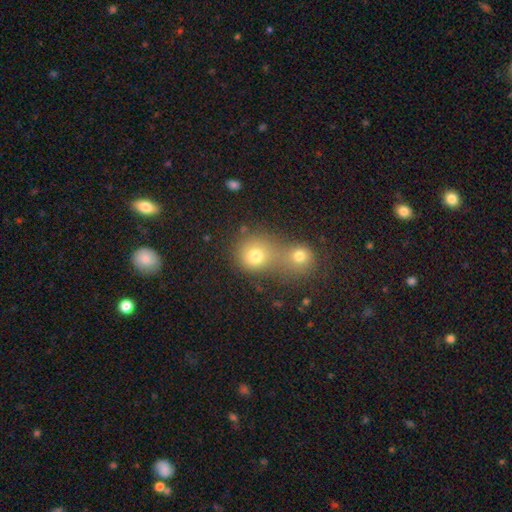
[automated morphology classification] smooth_or_featured: smooth (p=0.75) [alt: star or artifact p=0.15]
how_rounded: round (p=0.85) [alt: in between p=0.14]
merging: merger (p=0.54) [alt: none p=0.36]